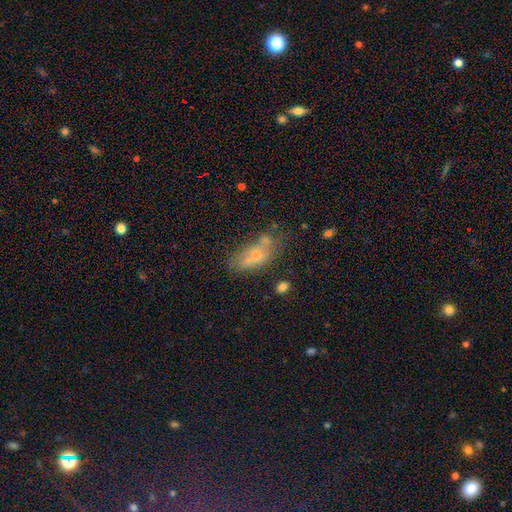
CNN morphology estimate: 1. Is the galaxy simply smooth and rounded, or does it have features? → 51% smooth, 37% featured or disk, 13% star or artifact.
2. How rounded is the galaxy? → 81% in between, 13% cigar-shaped, 6% round.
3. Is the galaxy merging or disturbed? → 40% none, 23% minor disturbance, 22% merger, 16% major disturbance.